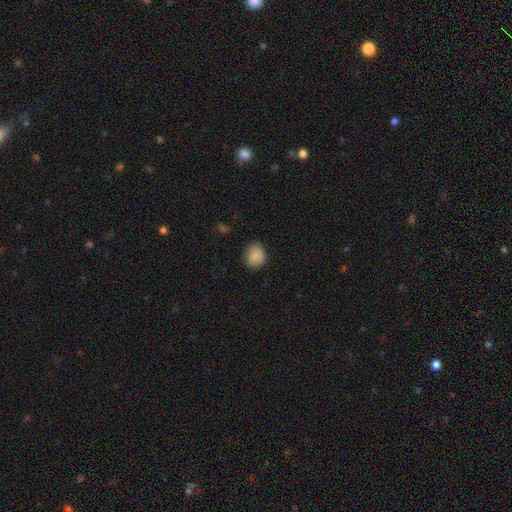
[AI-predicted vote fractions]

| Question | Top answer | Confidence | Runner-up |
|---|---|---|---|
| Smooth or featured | smooth | 85% | star or artifact (9%) |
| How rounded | round | 70% | in between (29%) |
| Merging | none | 76% | minor disturbance (19%) |